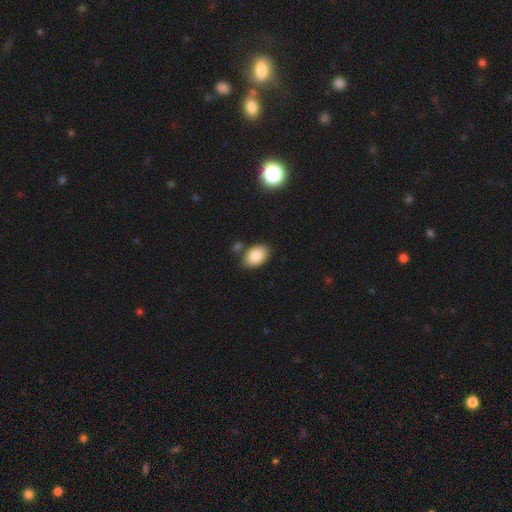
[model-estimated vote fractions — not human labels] A smooth galaxy with no disk features (87%) that is in between round and cigar-shaped (89%).

Vote fractions:
- Smooth or featured? smooth: 87% / star or artifact: 7% / featured or disk: 6%
- How rounded? in between: 89% / round: 10% / cigar-shaped: 1%
- Merging? none: 76% / minor disturbance: 13% / merger: 8% / major disturbance: 3%